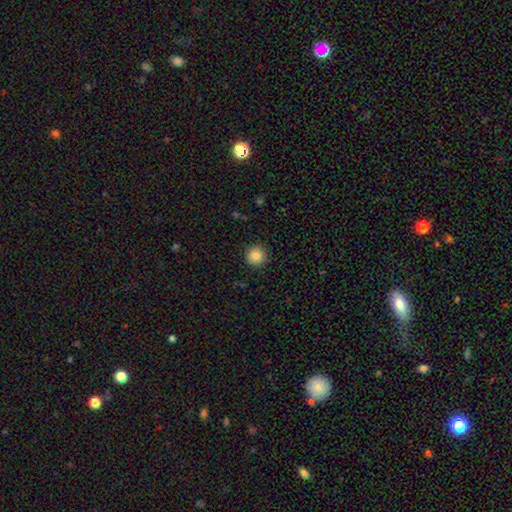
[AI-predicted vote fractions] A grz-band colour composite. It shows a smooth galaxy with no disk features (86%) that is round (93%). Merging: none (90%).